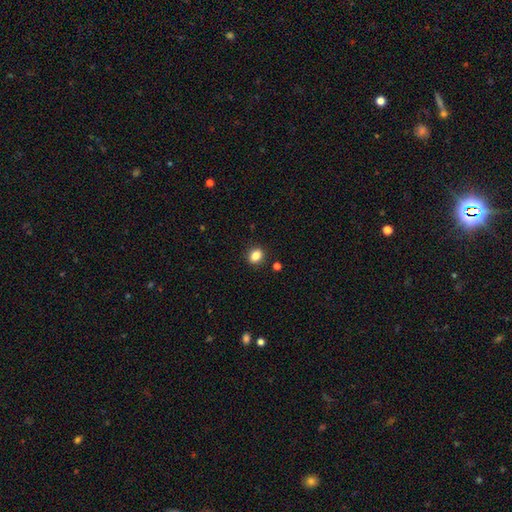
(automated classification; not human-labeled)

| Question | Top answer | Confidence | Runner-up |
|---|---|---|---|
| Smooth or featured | smooth | 85% | star or artifact (10%) |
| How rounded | round | 52% | in between (47%) |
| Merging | none | 88% | minor disturbance (8%) |